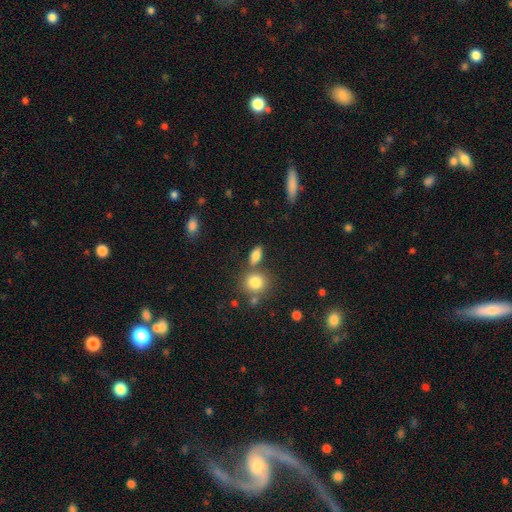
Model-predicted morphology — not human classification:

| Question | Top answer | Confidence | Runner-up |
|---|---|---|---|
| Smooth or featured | smooth | 79% | featured or disk (11%) |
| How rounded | in between | 75% | round (16%) |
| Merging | none | 68% | merger (16%) |